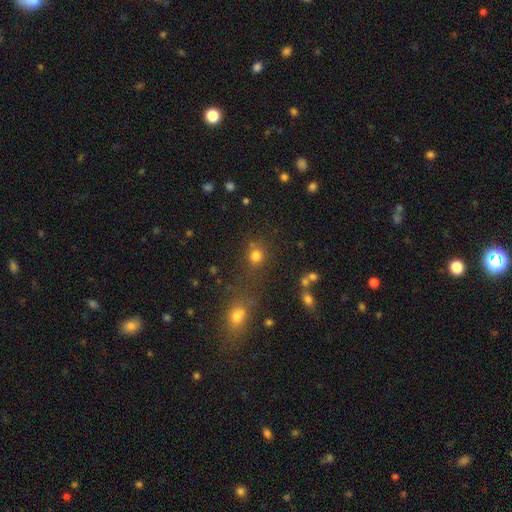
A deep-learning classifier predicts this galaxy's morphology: smooth-or-featured: smooth: 76% | star or artifact: 17% | featured or disk: 7%
  how-rounded: round: 80% | in between: 19% | cigar-shaped: 1%
  merging: none: 64% | merger: 18% | minor disturbance: 11% | major disturbance: 6%